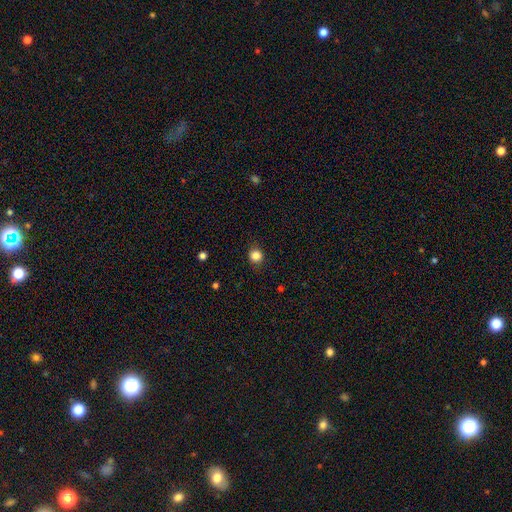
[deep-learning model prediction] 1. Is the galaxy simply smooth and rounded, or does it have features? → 85% smooth, 11% star or artifact, 4% featured or disk.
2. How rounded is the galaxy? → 89% round, 11% in between, 1% cigar-shaped.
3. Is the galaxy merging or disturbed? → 88% none, 9% minor disturbance, 2% major disturbance, 1% merger.